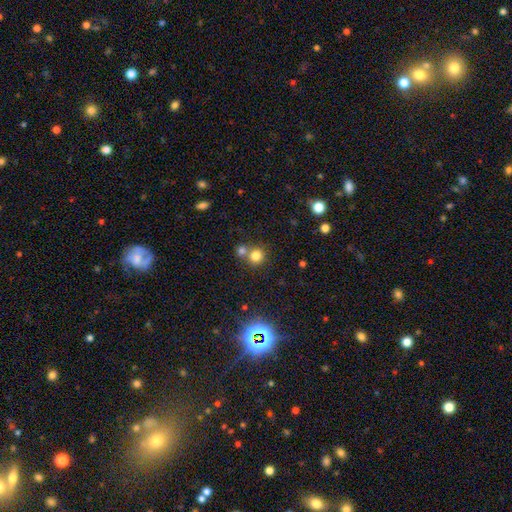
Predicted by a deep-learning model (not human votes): Smooth or featured?
  - smooth: 78% *
  - star or artifact: 15%
  - featured or disk: 8%
How rounded?
  - round: 88% *
  - in between: 11%
  - cigar-shaped: 1%
Merging?
  - none: 56% *
  - merger: 35%
  - minor disturbance: 7%
  - major disturbance: 3%